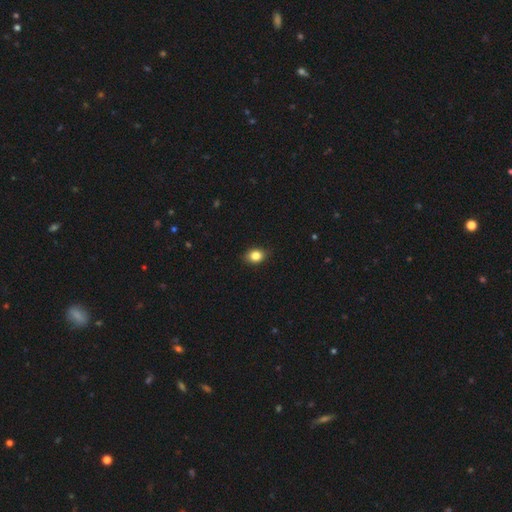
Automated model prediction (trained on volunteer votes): Q: Smooth or featured?
A: smooth (84%); runner-up: star or artifact (10%)
Q: How rounded?
A: in between (56%); runner-up: round (42%)
Q: Merging?
A: none (87%); runner-up: minor disturbance (10%)